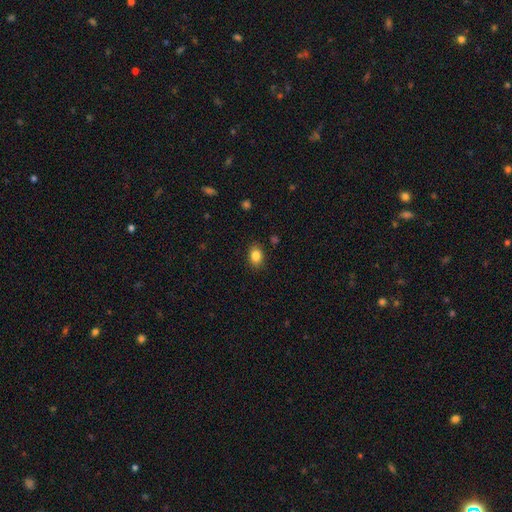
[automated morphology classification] smooth-or-featured: smooth: 84% | star or artifact: 9% | featured or disk: 6%
  how-rounded: in between: 74% | round: 25% | cigar-shaped: 1%
  merging: none: 87% | minor disturbance: 10% | major disturbance: 2% | merger: 1%